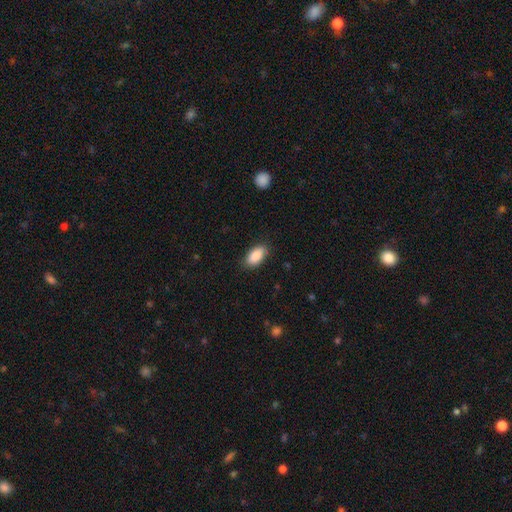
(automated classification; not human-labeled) Smooth or featured? Predicted: smooth (p=0.89). How rounded? Predicted: in between (p=0.93). Merging? Predicted: none (p=0.85).